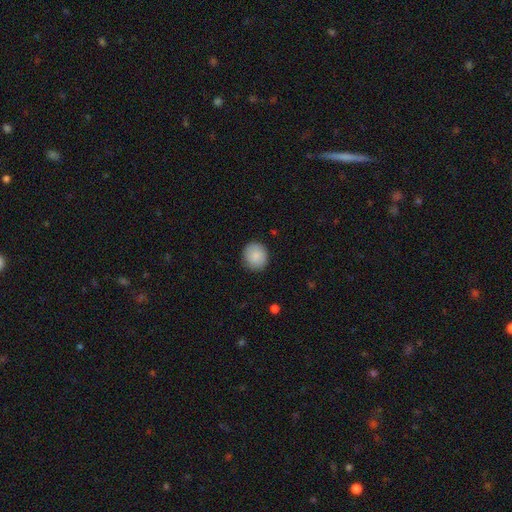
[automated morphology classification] Smooth or featured? smooth (88%)
How rounded? round (85%)
Merging? none (89%)